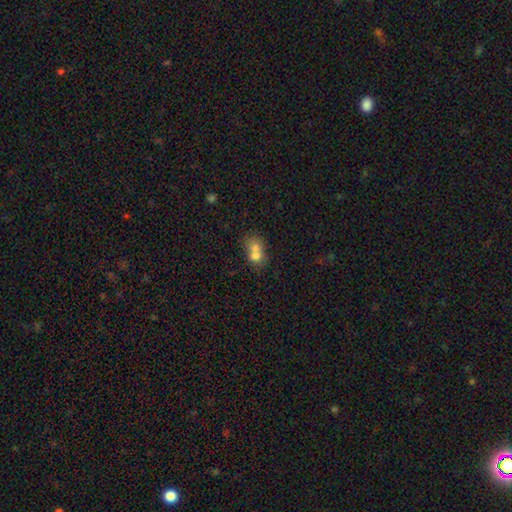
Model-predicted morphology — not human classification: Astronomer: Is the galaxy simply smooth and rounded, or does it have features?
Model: smooth — 69%.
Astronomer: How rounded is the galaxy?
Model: round — 61% (runner-up: in between, 38%).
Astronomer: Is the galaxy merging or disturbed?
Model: merger — 69%.